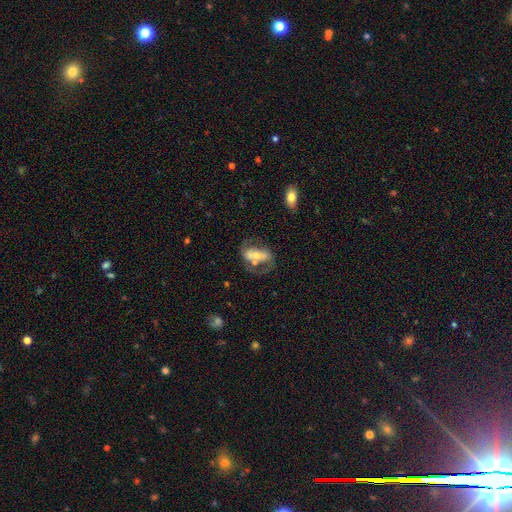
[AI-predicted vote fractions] featured or disk 63%, smooth 30%, star or artifact 8%. Down the decision tree: edge-on disk — no (92%); bar — strong (38%); spiral arms — yes (60%); bulge size — moderate (47%); merging — none (42%).